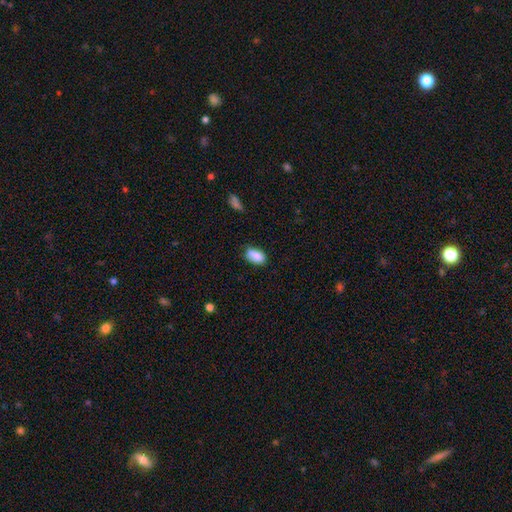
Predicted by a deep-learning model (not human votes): smooth-or-featured: smooth: 87% | star or artifact: 8% | featured or disk: 6%
  how-rounded: in between: 91% | round: 6% | cigar-shaped: 3%
  merging: none: 73% | minor disturbance: 20% | major disturbance: 4% | merger: 3%